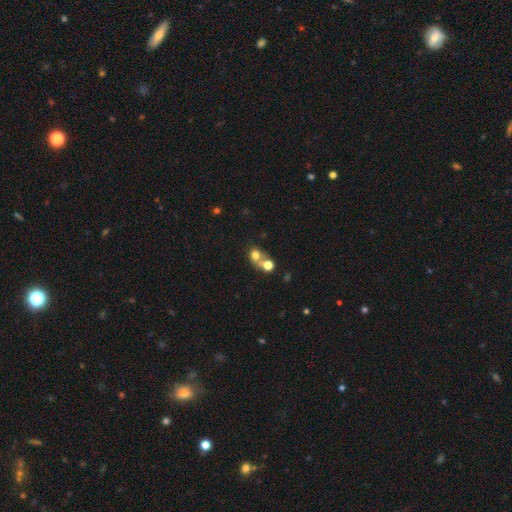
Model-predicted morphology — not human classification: A smooth galaxy with no disk features (68%) that is round (70%). Merging: merger (56%).